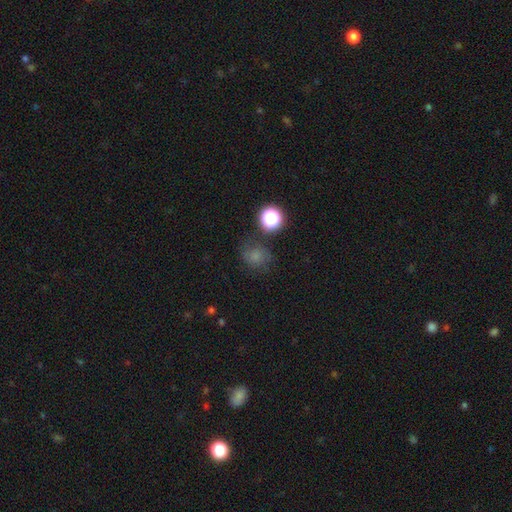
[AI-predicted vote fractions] Morphology: type=smooth (70%); roundness=round (72%); merging=none (63%).